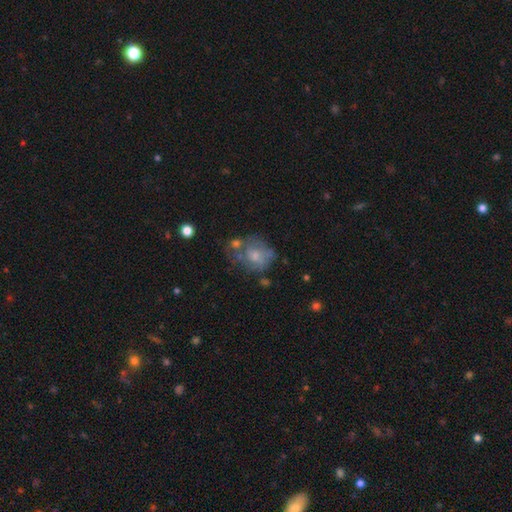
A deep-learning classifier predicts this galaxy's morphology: This is possibly a smooth galaxy (46%). Merging: marginally none (35%).